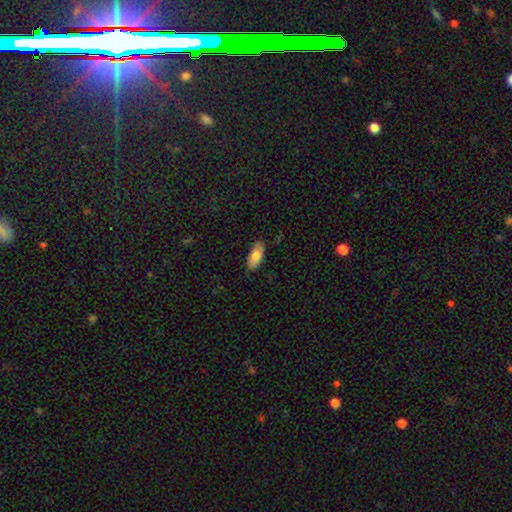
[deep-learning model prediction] Overall: smooth (79%). How rounded: in between (87%). Merging: none (83%).